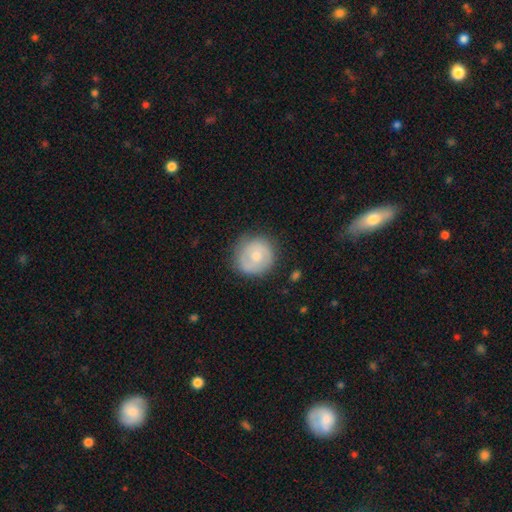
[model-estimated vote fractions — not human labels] This appears to be a smooth galaxy with no disk features (52%) that is round (91%). Merging: none (78%).